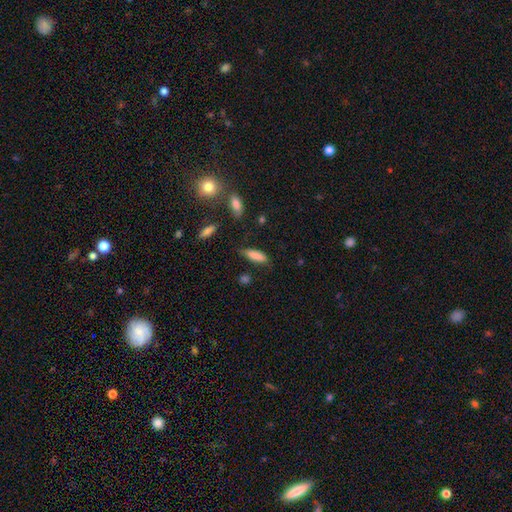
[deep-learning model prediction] The model was most divided on "how rounded": in between: 53%, cigar-shaped: 45%, round: 2%. More confident: smooth or featured — smooth (84%); merging — none (70%).